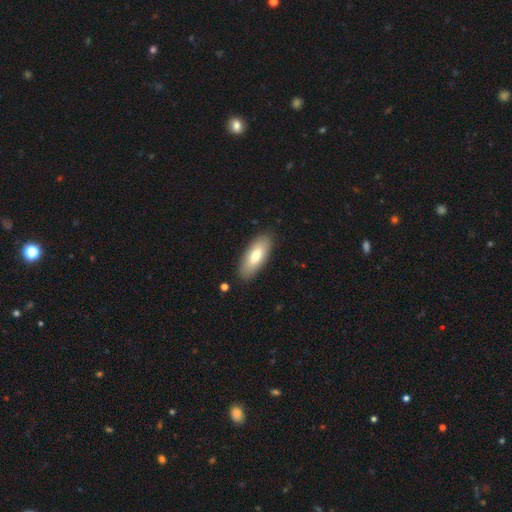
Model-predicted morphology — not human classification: type=smooth (72%); roundness=in between (77%); merging=none (88%).